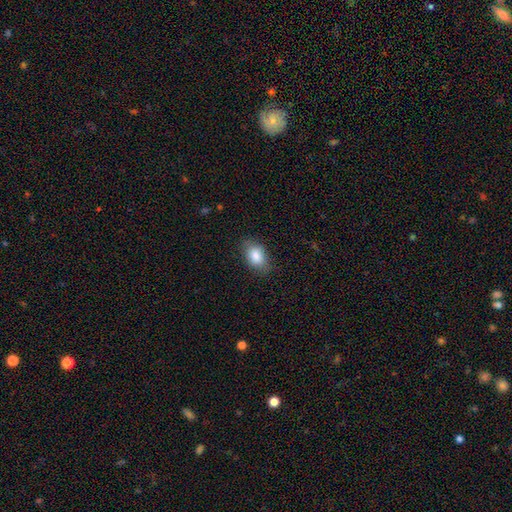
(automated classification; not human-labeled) Smooth or featured? smooth (85%)
How rounded? in between (86%)
Merging? none (79%)